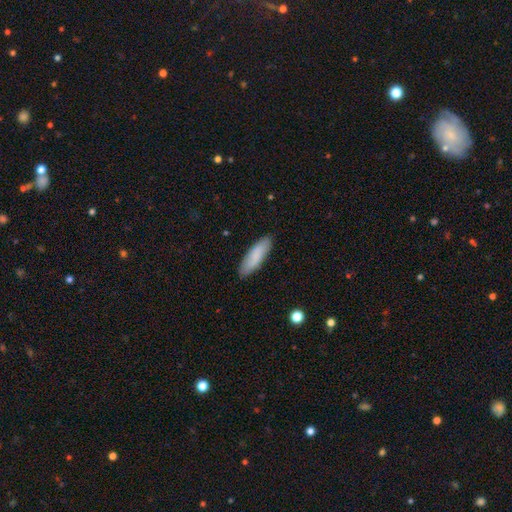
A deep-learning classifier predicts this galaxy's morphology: A smooth galaxy with no disk features (82%) that is cigar-shaped (53%). Merging: none (87%).